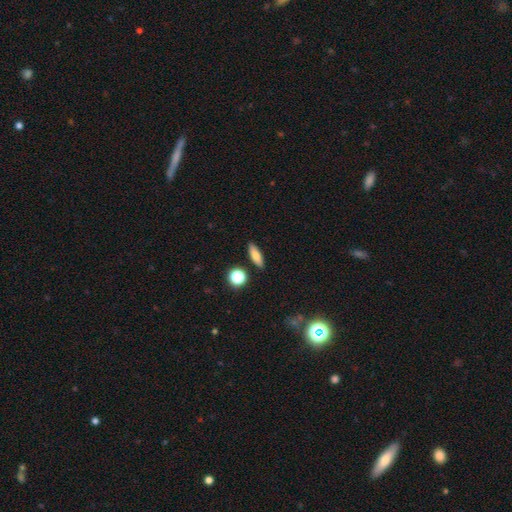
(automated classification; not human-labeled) Overall: smooth (74%). How rounded: in between (51%; cigar-shaped 41%). Merging: none (87%).